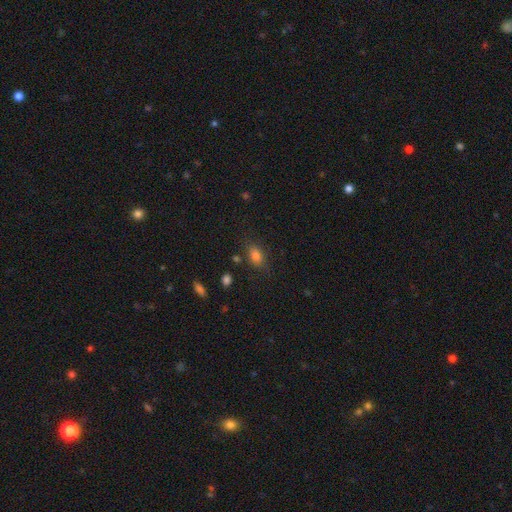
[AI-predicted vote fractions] A smooth galaxy with no disk features (81%) that is in between round and cigar-shaped (80%). Merging: none (77%).